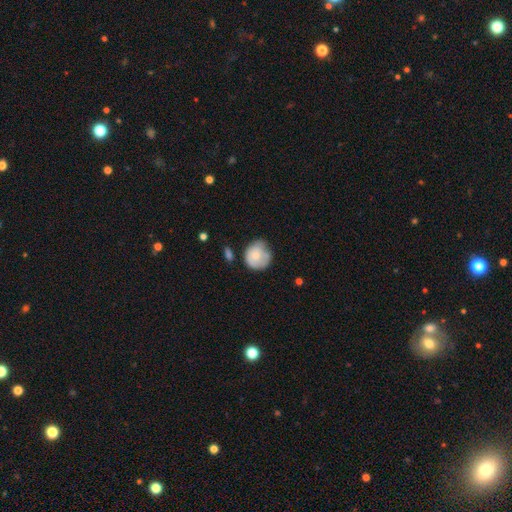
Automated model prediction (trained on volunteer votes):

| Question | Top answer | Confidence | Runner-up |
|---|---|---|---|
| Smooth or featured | smooth | 69% | featured or disk (24%) |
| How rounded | round | 80% | in between (19%) |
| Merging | none | 47% | minor disturbance (36%) |